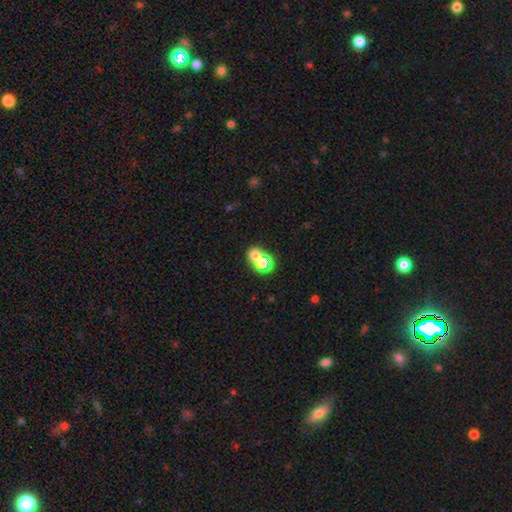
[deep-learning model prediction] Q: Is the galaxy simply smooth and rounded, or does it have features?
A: smooth — 57%.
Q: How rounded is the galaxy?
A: round — 66%.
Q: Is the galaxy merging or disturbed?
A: none — 45%.